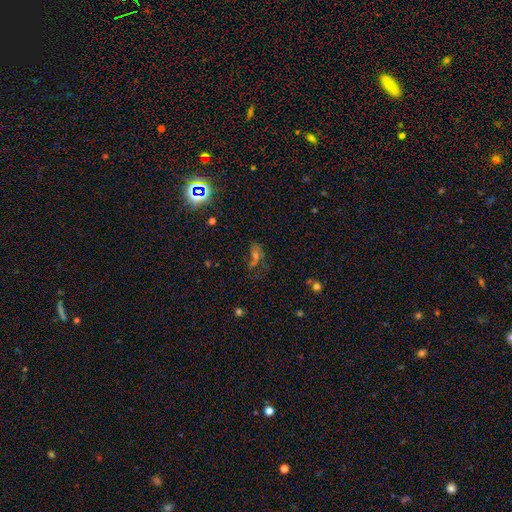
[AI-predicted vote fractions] Smooth or featured?
  - star or artifact: 46% *
  - featured or disk: 28%
  - smooth: 26%